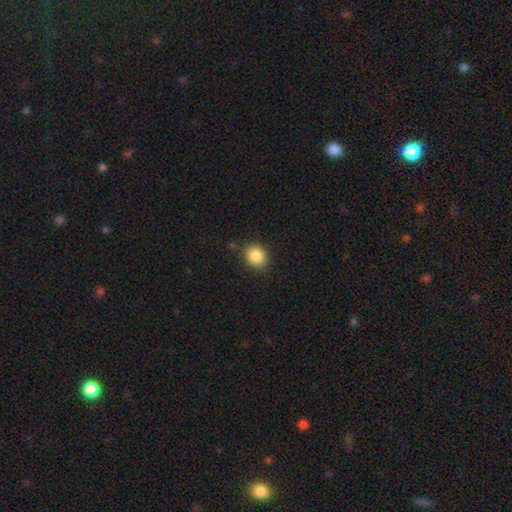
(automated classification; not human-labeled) A smooth galaxy with no disk features (86%) that is round (77%). Merging: none (83%).